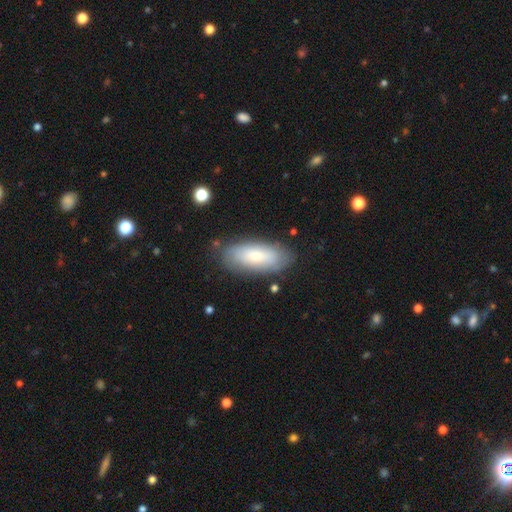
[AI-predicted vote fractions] This is likely a smooth galaxy (68%). How rounded: clearly in between (85%). Merging: clearly none (80%).